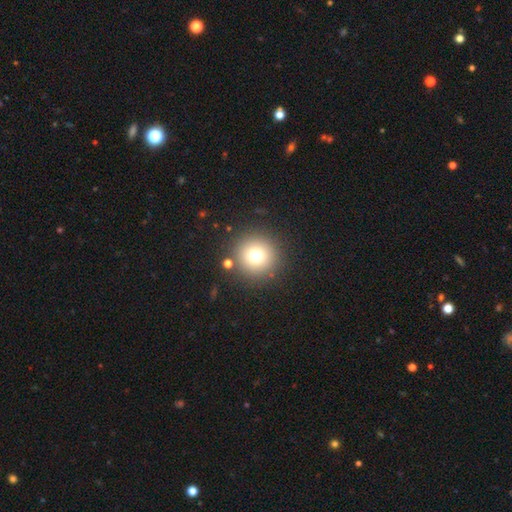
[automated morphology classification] Q: Smooth or featured?
A: smooth (74%); runner-up: star or artifact (15%)
Q: How rounded?
A: round (96%); runner-up: in between (3%)
Q: Merging?
A: none (87%); runner-up: minor disturbance (6%)